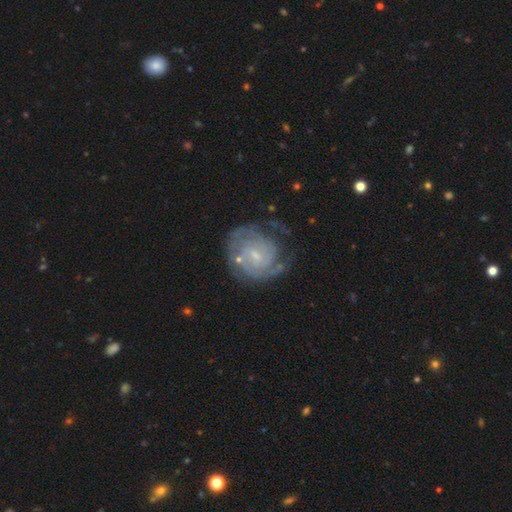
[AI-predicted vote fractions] Smooth or featured? featured or disk (85%)
Edge-on disk? no (98%)
Bar? no (51%)
Spiral arms? yes (95%)
Spiral winding? tight (70%)
Spiral arm count? 2 (36%)
Bulge size? small (74%)
Merging? none (62%)